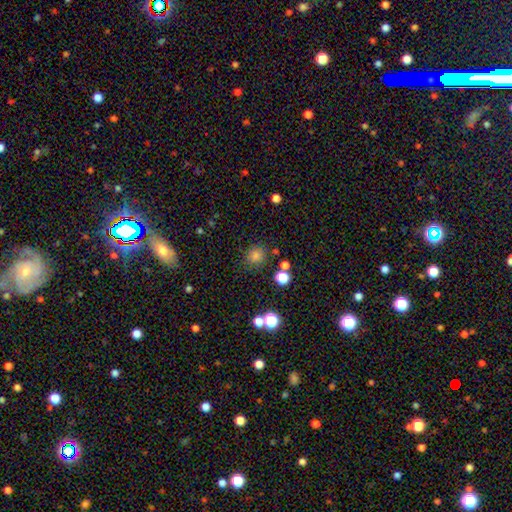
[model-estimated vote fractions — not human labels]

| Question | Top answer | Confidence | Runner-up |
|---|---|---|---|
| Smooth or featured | smooth | 75% | star or artifact (19%) |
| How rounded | round | 86% | in between (13%) |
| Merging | none | 83% | minor disturbance (9%) |